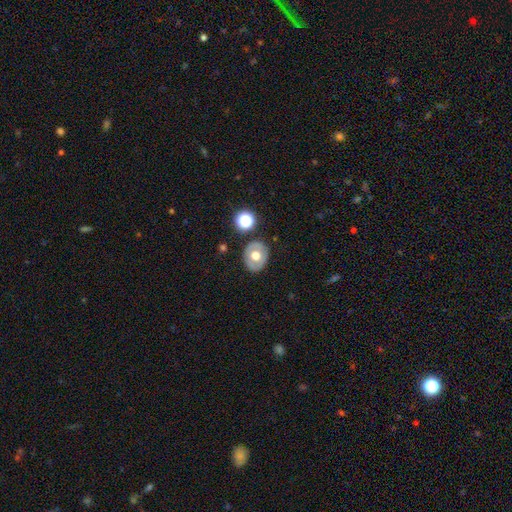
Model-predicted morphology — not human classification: smooth 49%, featured or disk 43%, star or artifact 8%. Down the decision tree: merging — none (83%).